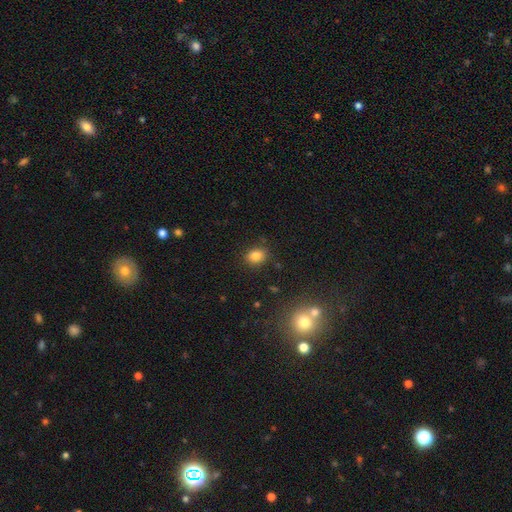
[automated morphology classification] Smooth or featured? Predicted: smooth (p=0.83). How rounded? Predicted: in between (p=0.55). Merging? Predicted: none (p=0.85).